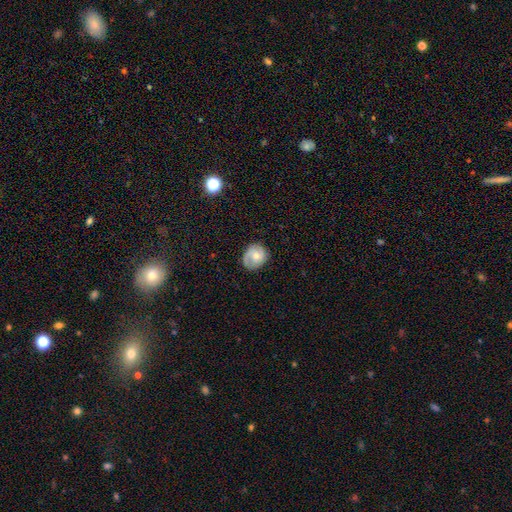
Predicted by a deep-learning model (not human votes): smooth_or_featured: featured or disk (p=0.47) [alt: smooth p=0.46]
merging: none (p=0.72) [alt: minor disturbance p=0.21]